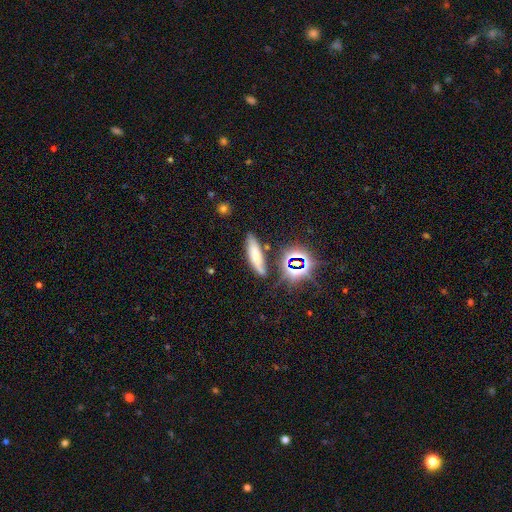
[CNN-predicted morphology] This appears to be a smooth galaxy with no disk features (62%) that is cigar-shaped (58%). Merging: none (73%).